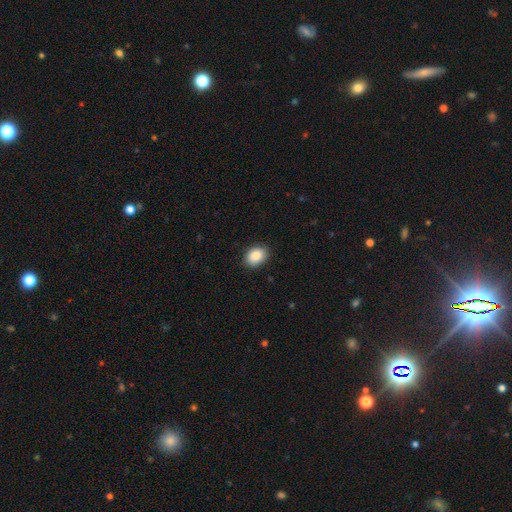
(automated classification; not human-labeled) Morphology: type=smooth (88%); roundness=in between (70%); merging=none (88%).